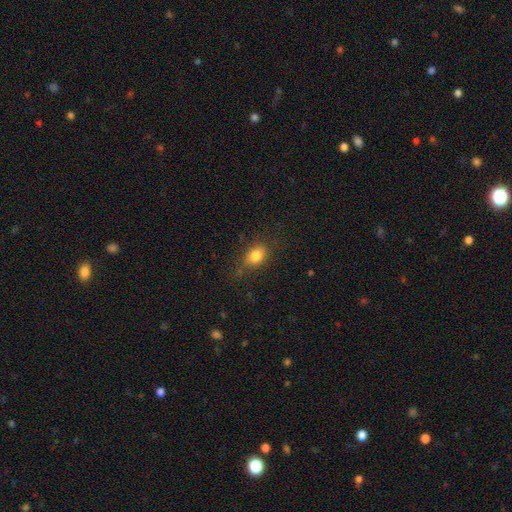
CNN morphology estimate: Q: Smooth or featured?
A: smooth (80%); runner-up: star or artifact (10%)
Q: How rounded?
A: in between (71%); runner-up: round (26%)
Q: Merging?
A: none (74%); runner-up: minor disturbance (19%)